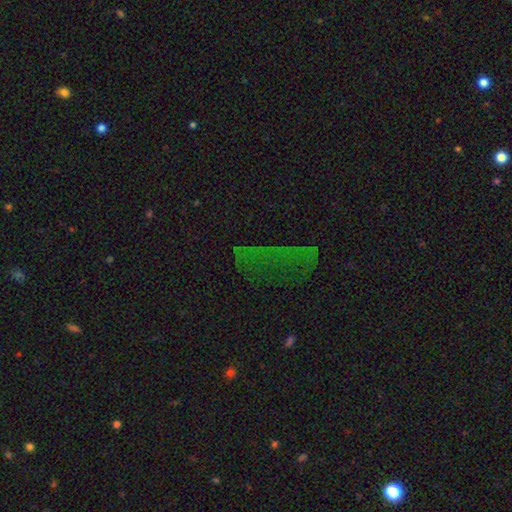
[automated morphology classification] smooth-or-featured: star or artifact: 60% | smooth: 23% | featured or disk: 17%